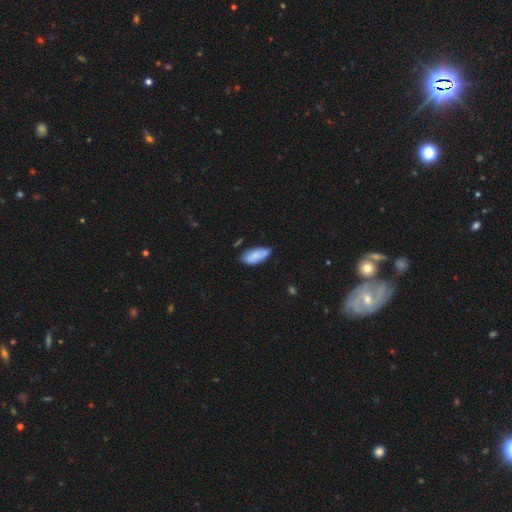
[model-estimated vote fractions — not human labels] Smooth or featured? Predicted: smooth (p=0.71). How rounded? Predicted: in between (p=0.89). Merging? Predicted: none (p=0.63).